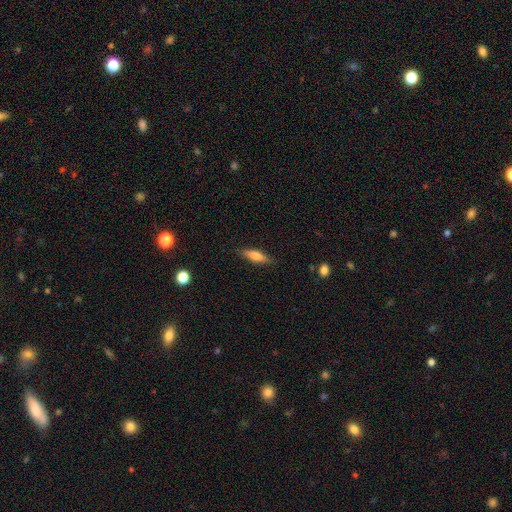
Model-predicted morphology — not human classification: smooth_or_featured: smooth (p=0.66) [alt: featured or disk p=0.27]
how_rounded: cigar-shaped (p=0.59) [alt: in between p=0.39]
merging: none (p=0.84) [alt: minor disturbance p=0.12]